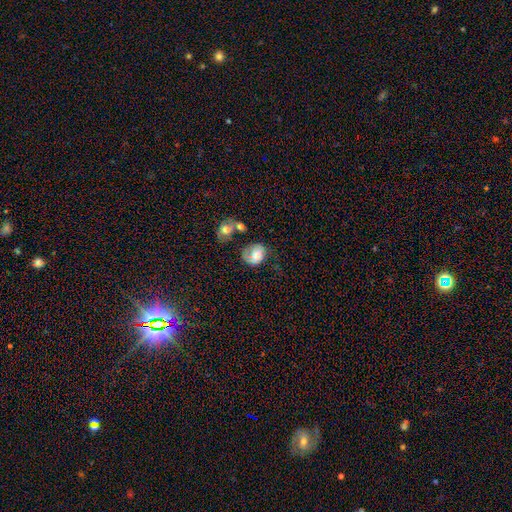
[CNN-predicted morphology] smooth_or_featured: smooth (p=0.65) [alt: featured or disk p=0.27]
how_rounded: round (p=0.51) [alt: in between p=0.48]
merging: none (p=0.36) [alt: minor disturbance p=0.29]